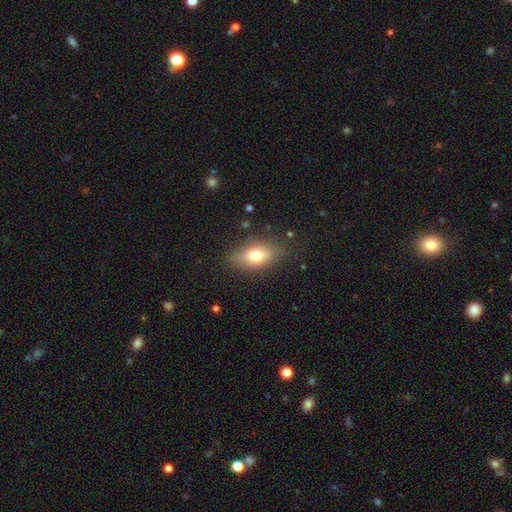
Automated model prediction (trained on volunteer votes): Morphology: type=smooth (73%); roundness=in between (83%); merging=none (79%).